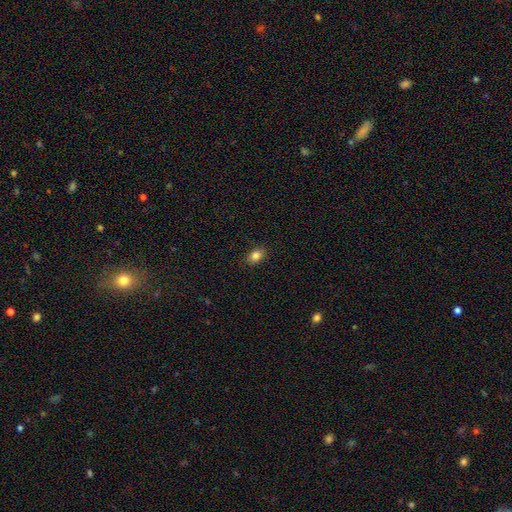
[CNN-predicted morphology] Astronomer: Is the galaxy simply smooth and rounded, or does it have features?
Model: smooth — 85%.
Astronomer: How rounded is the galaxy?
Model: in between — 76%.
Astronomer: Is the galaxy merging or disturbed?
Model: none — 87%.